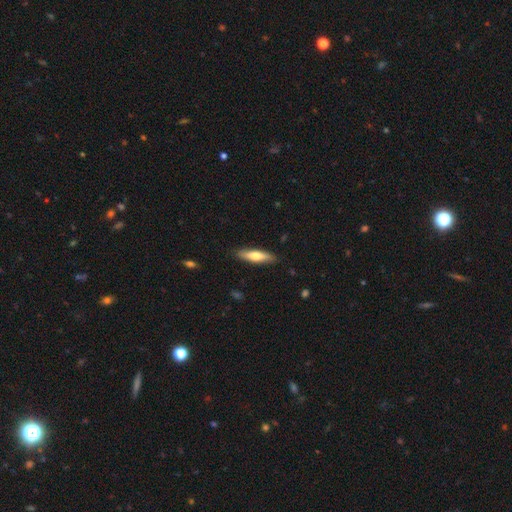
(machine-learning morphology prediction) This appears to be a smooth galaxy with no disk features (62%) that is cigar-shaped (71%). Merging: none (87%).